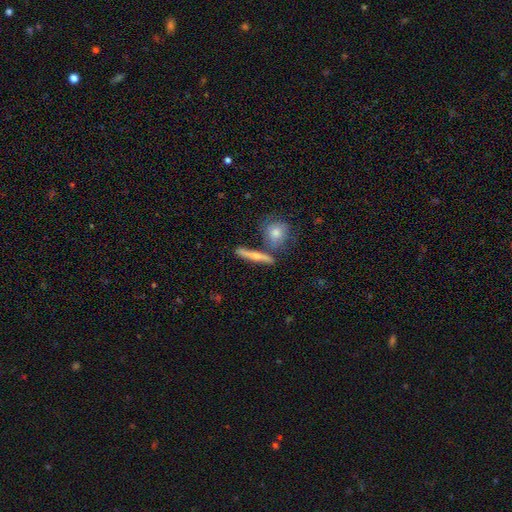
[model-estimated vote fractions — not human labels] Smooth or featured? Predicted: featured or disk (p=0.53). Edge-on disk? Predicted: yes (p=0.89). Merging? Predicted: none (p=0.71).